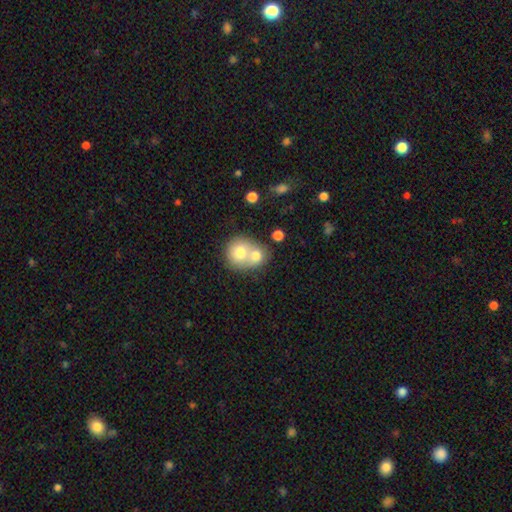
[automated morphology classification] This is likely a smooth galaxy (70%). How rounded: likely round (74%). Merging: likely merger (70%).